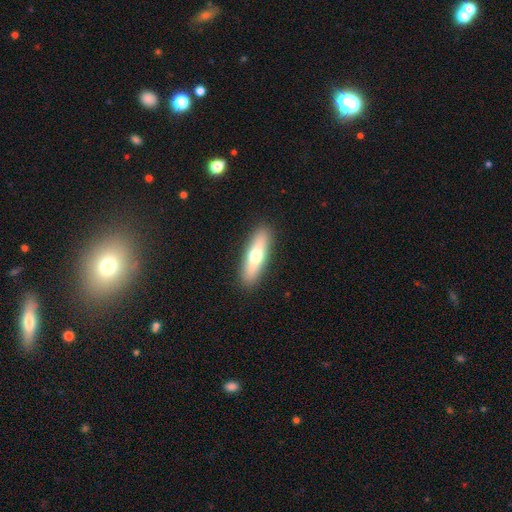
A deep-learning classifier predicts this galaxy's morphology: A smooth galaxy with no disk features (59%) that is cigar-shaped (63%). Merging: none (90%).